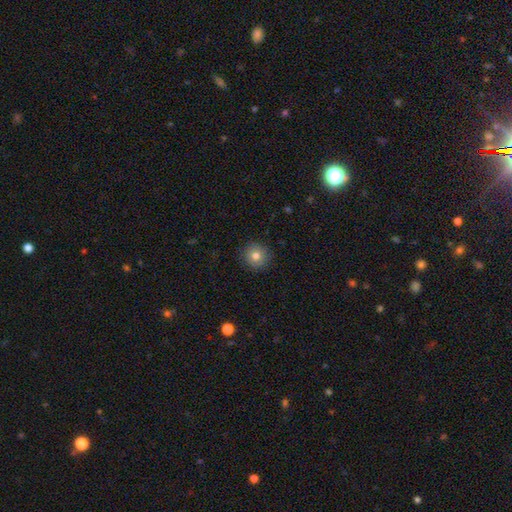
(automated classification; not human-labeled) A smooth galaxy with no disk features (79%) that is round (94%).

Vote fractions:
- Smooth or featured? smooth: 79% / star or artifact: 11% / featured or disk: 10%
- How rounded? round: 94% / in between: 5% / cigar-shaped: 1%
- Merging? none: 91% / minor disturbance: 6% / major disturbance: 2% / merger: 1%